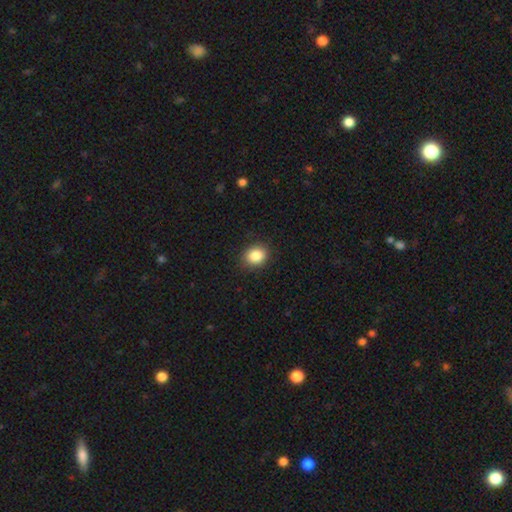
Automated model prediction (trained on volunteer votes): A smooth galaxy with no disk features (86%) that is round (55%).

Vote fractions:
- Smooth or featured? smooth: 86% / star or artifact: 9% / featured or disk: 4%
- How rounded? round: 55% / in between: 44% / cigar-shaped: 1%
- Merging? none: 88% / minor disturbance: 9% / major disturbance: 2% / merger: 1%